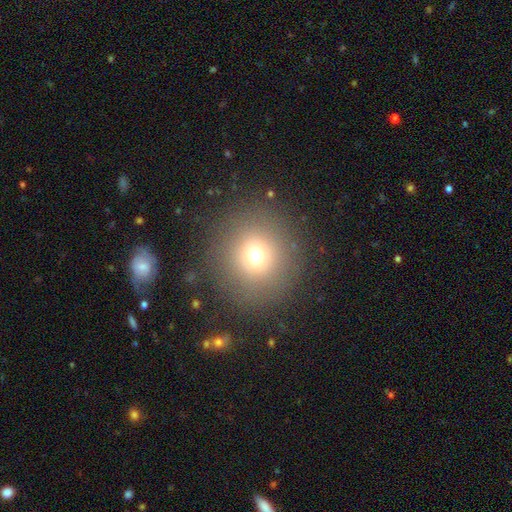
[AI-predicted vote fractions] The model was most divided on "smooth or featured": smooth: 70%, star or artifact: 19%, featured or disk: 11%. More confident: how rounded — round (94%); merging — none (87%).